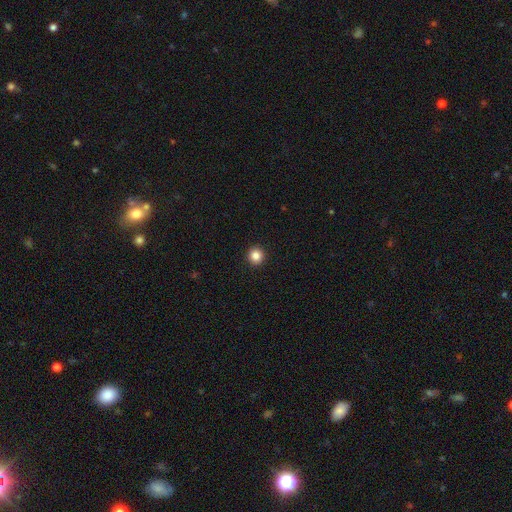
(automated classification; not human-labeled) A smooth galaxy with no disk features (85%) that is round (95%).

Vote fractions:
- Smooth or featured? smooth: 85% / star or artifact: 11% / featured or disk: 4%
- How rounded? round: 95% / in between: 4% / cigar-shaped: 1%
- Merging? none: 94% / minor disturbance: 4% / major disturbance: 1% / merger: 1%